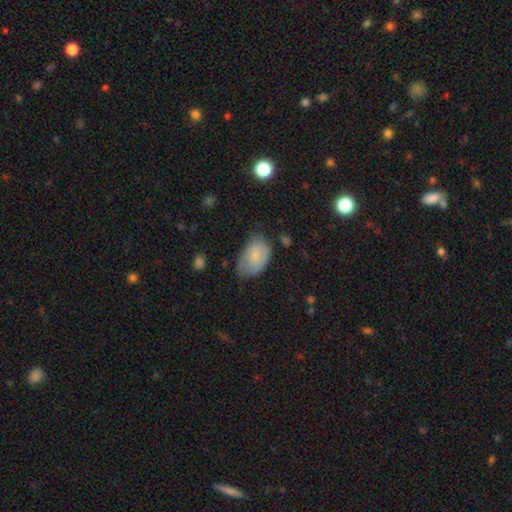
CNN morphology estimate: The model was most divided on "merging": none: 51%, minor disturbance: 36%, major disturbance: 11%, merger: 2%. More confident: how rounded — in between (88%); smooth or featured — smooth (72%).